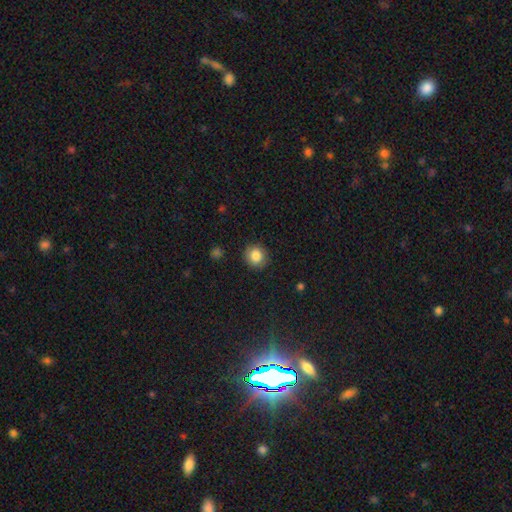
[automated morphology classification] Overall: smooth (85%). How rounded: round (89%). Merging: none (90%).